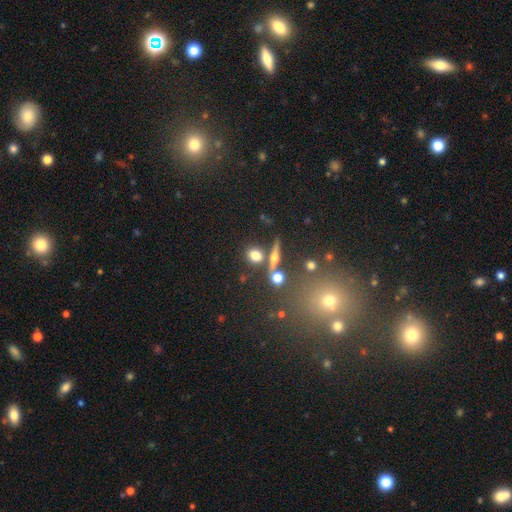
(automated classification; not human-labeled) A smooth galaxy with no disk features (66%) that is round (59%).

Vote fractions:
- Smooth or featured? smooth: 66% / featured or disk: 21% / star or artifact: 14%
- How rounded? round: 59% / in between: 32% / cigar-shaped: 9%
- Merging? none: 69% / merger: 16% / minor disturbance: 11% / major disturbance: 4%